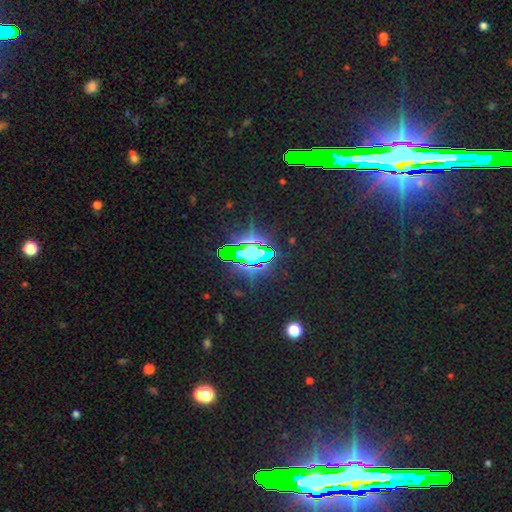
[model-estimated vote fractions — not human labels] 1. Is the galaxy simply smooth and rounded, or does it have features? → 77% star or artifact, 13% smooth, 10% featured or disk.